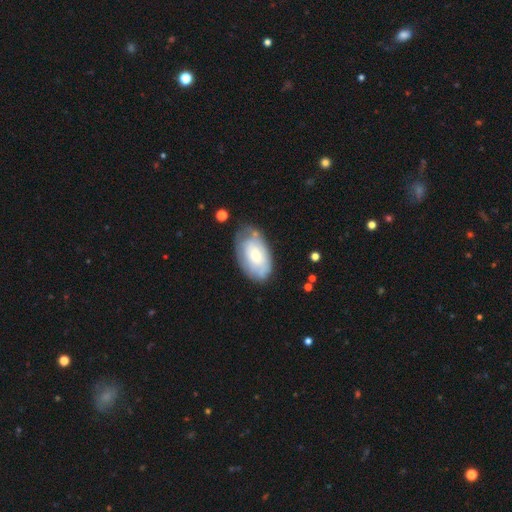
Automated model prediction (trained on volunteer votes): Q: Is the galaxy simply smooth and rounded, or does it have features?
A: smooth — 55%.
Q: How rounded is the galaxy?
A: in between — 93%.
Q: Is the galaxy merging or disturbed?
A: none — 62%.